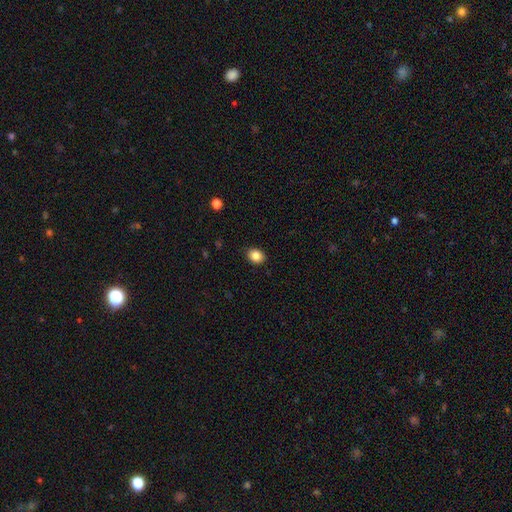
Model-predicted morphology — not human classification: smooth_or_featured: smooth (p=0.86) [alt: star or artifact p=0.09]
how_rounded: in between (p=0.53) [alt: round p=0.46]
merging: none (p=0.89) [alt: minor disturbance p=0.08]